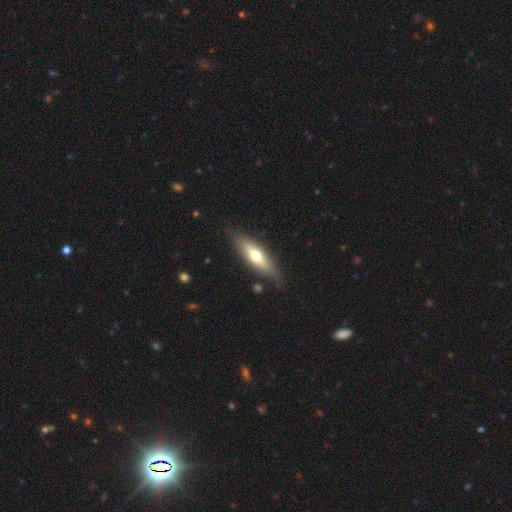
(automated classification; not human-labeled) A smooth galaxy with no disk features (53%) that is cigar-shaped (56%).

Vote fractions:
- Smooth or featured? smooth: 53% / featured or disk: 41% / star or artifact: 6%
- How rounded? cigar-shaped: 56% / in between: 42% / round: 2%
- Merging? none: 80% / minor disturbance: 15% / major disturbance: 3% / merger: 2%